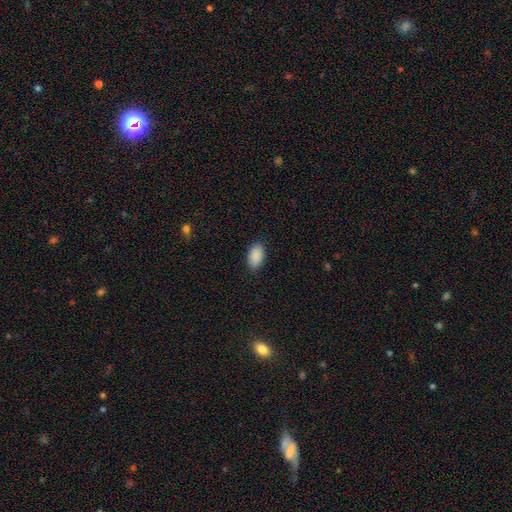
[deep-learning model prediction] The model was most divided on "merging": none: 88%, minor disturbance: 8%, major disturbance: 2%, merger: 1%. More confident: how rounded — in between (94%); smooth or featured — smooth (90%).